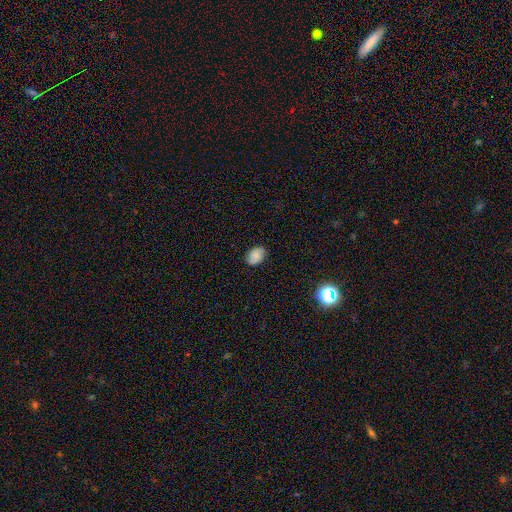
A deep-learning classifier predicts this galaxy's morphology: Q: Smooth or featured?
A: smooth (69%); runner-up: featured or disk (21%)
Q: How rounded?
A: in between (78%); runner-up: round (20%)
Q: Merging?
A: none (81%); runner-up: minor disturbance (15%)